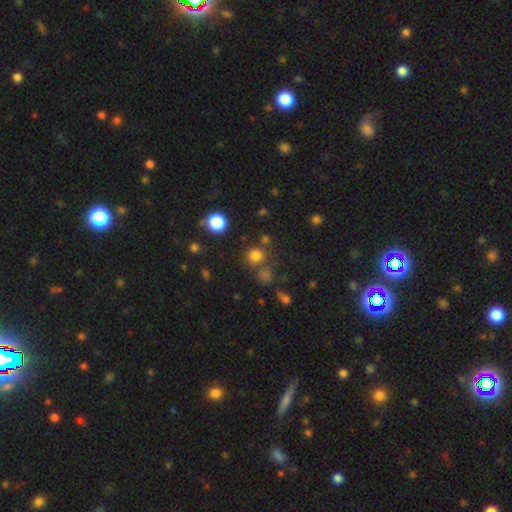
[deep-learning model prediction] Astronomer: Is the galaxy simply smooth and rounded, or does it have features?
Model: smooth — 74%.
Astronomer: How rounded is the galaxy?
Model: round — 90%.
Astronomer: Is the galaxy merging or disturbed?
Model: none — 73%.